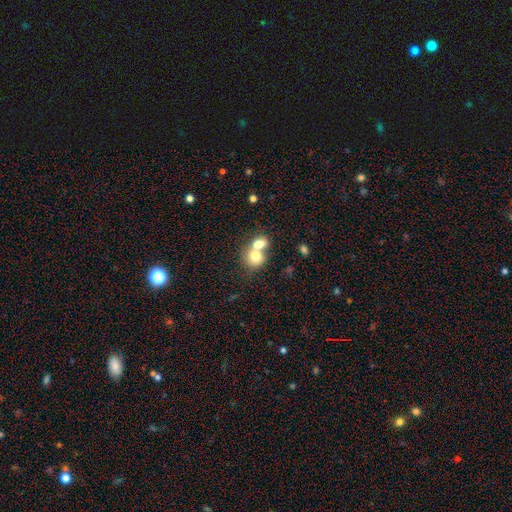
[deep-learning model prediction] Smooth or featured? Predicted: smooth (p=0.73). How rounded? Predicted: round (p=0.62). Merging? Predicted: merger (p=0.70).